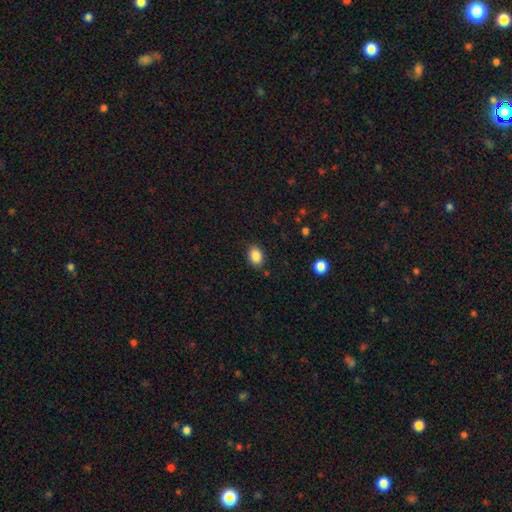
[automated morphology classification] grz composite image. It shows a smooth galaxy with no disk features (87%) that is in between round and cigar-shaped (70%). Merging: none (86%).